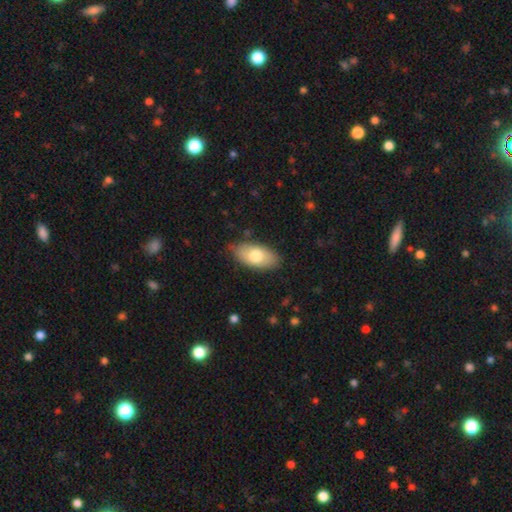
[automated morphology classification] Q: Smooth or featured?
A: smooth (73%); runner-up: featured or disk (21%)
Q: How rounded?
A: in between (93%); runner-up: cigar-shaped (4%)
Q: Merging?
A: none (82%); runner-up: minor disturbance (14%)